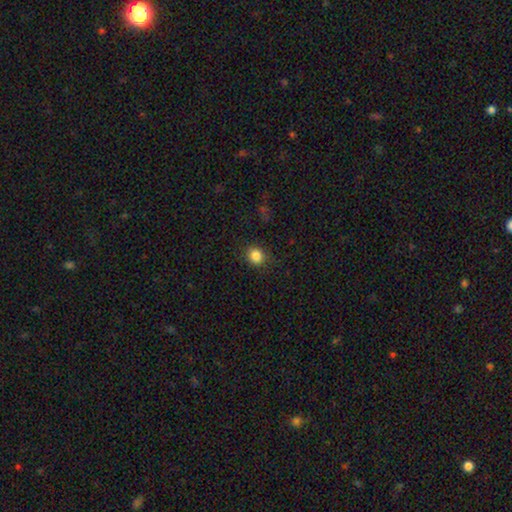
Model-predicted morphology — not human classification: type=smooth (85%); roundness=round (80%); merging=none (87%).